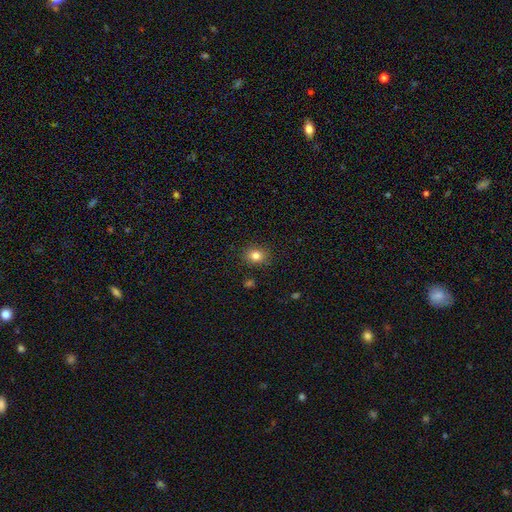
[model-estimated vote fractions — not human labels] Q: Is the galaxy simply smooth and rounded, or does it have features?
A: smooth — 82%.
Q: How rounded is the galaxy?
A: round — 66%.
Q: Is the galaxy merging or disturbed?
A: none — 87%.